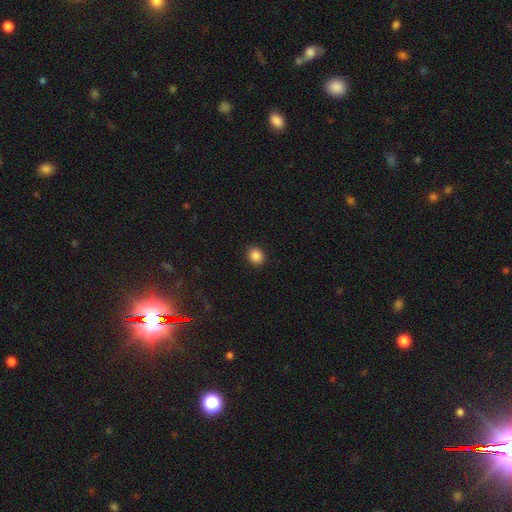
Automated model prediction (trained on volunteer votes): smooth-or-featured: smooth: 87% | star or artifact: 10% | featured or disk: 4%
  how-rounded: round: 66% | in between: 33% | cigar-shaped: 1%
  merging: none: 91% | minor disturbance: 7% | major disturbance: 2% | merger: 1%